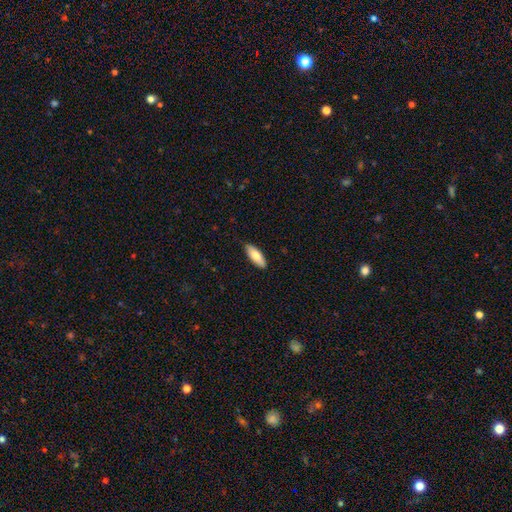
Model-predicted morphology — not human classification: Smooth or featured? Predicted: smooth (p=0.75). How rounded? Predicted: in between (p=0.69). Merging? Predicted: none (p=0.87).